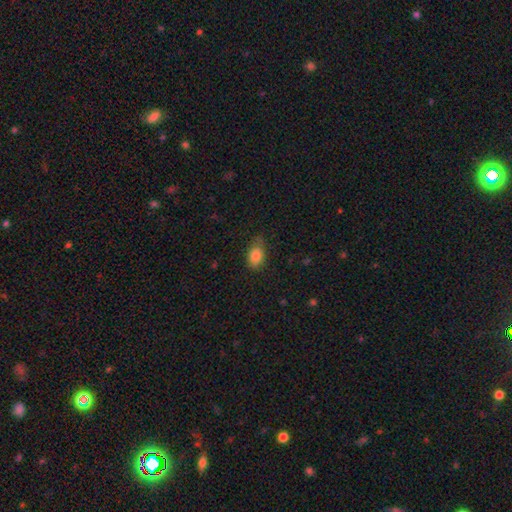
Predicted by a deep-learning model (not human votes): A smooth galaxy with no disk features (85%) that is in between round and cigar-shaped (81%).

Vote fractions:
- Smooth or featured? smooth: 85% / star or artifact: 9% / featured or disk: 7%
- How rounded? in between: 81% / round: 17% / cigar-shaped: 2%
- Merging? none: 66% / minor disturbance: 27% / major disturbance: 6% / merger: 1%